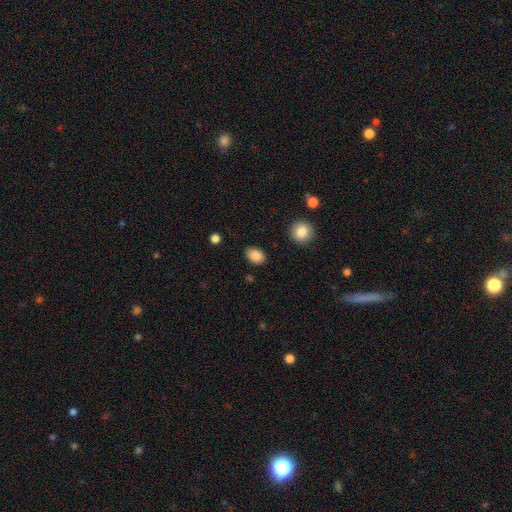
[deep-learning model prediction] smooth-or-featured: smooth: 88% | star or artifact: 8% | featured or disk: 4%
  how-rounded: in between: 71% | round: 28% | cigar-shaped: 1%
  merging: none: 84% | minor disturbance: 12% | major disturbance: 3% | merger: 2%